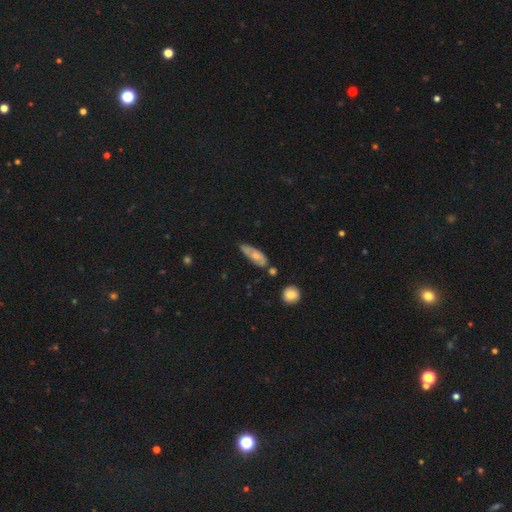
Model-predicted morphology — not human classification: Smooth or featured: smooth — 60% (featured or disk — 34%)
How rounded: in between — 70% (cigar-shaped — 28%)
Merging: none — 54% (minor disturbance — 31%)